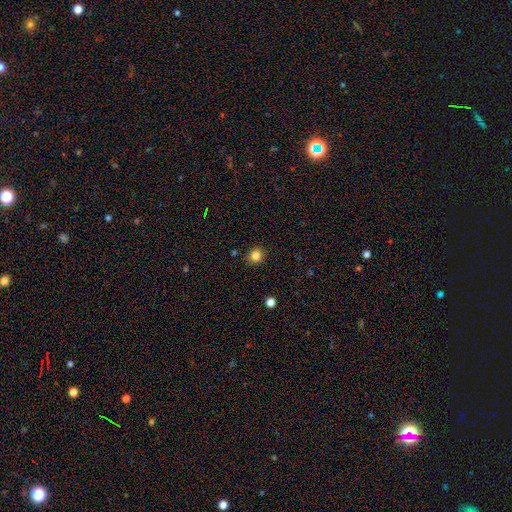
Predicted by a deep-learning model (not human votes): smooth 84%, star or artifact 12%, featured or disk 5%. Down the decision tree: how rounded — round (87%); merging — none (89%).